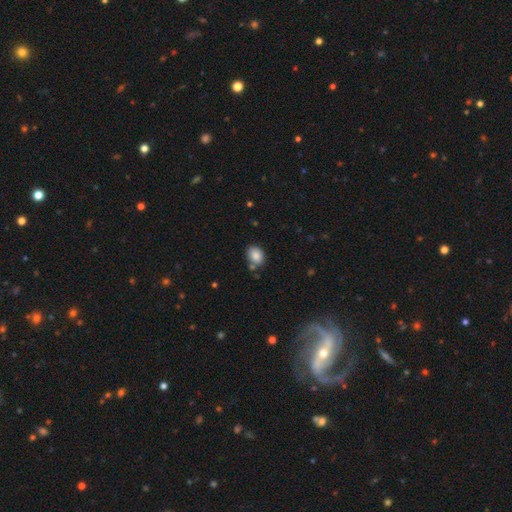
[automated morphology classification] Q: Smooth or featured?
A: smooth (85%); runner-up: star or artifact (9%)
Q: How rounded?
A: in between (65%); runner-up: round (34%)
Q: Merging?
A: none (68%); runner-up: minor disturbance (16%)